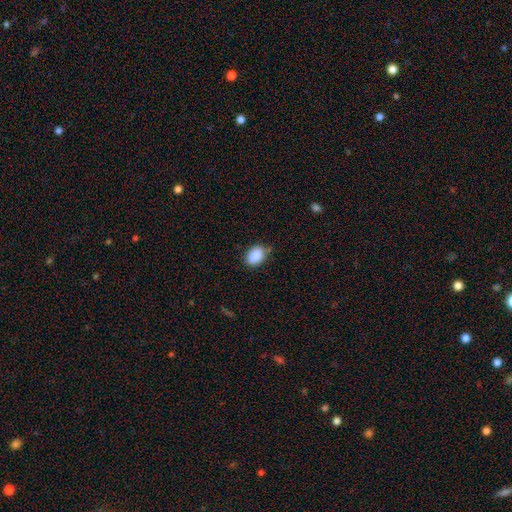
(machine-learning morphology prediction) smooth_or_featured: smooth (p=0.89) [alt: star or artifact p=0.08]
how_rounded: in between (p=0.81) [alt: round p=0.18]
merging: none (p=0.74) [alt: minor disturbance p=0.20]